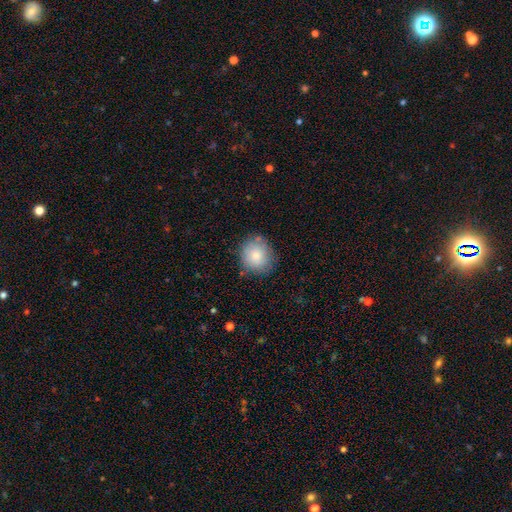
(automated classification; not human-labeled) A smooth galaxy with no disk features (80%) that is round (80%). Merging: none (79%).